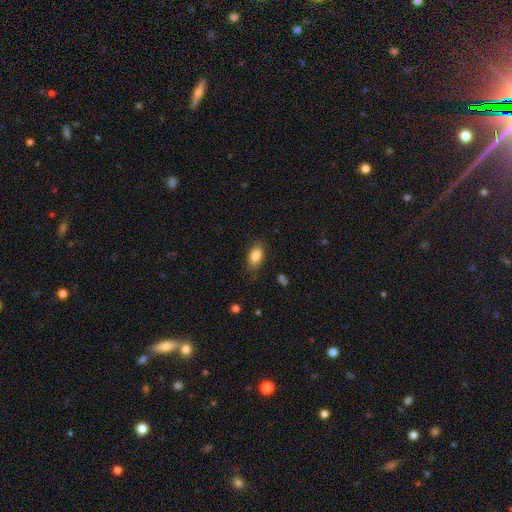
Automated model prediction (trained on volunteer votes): Smooth or featured? Predicted: smooth (p=0.85). How rounded? Predicted: in between (p=0.90). Merging? Predicted: none (p=0.80).